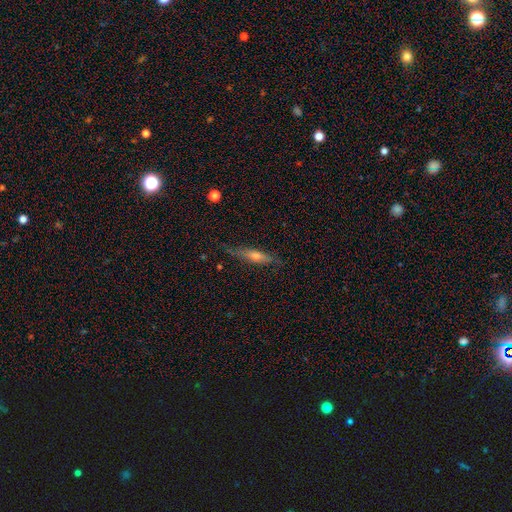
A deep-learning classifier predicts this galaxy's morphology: This is possibly a featured or disk galaxy (52%). It is clearly viewed edge-on (85%). Merging: likely none (74%).